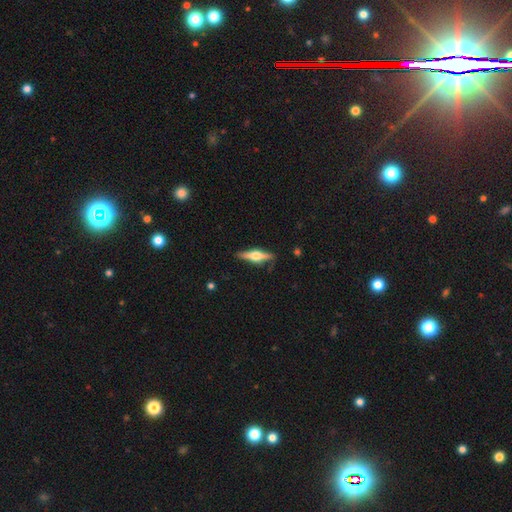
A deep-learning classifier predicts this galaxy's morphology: The model was most divided on "smooth or featured": featured or disk: 68%, smooth: 26%, star or artifact: 6%. More confident: edge-on disk — yes (97%); edge-on bulge — rounded (93%); merging — none (87%).